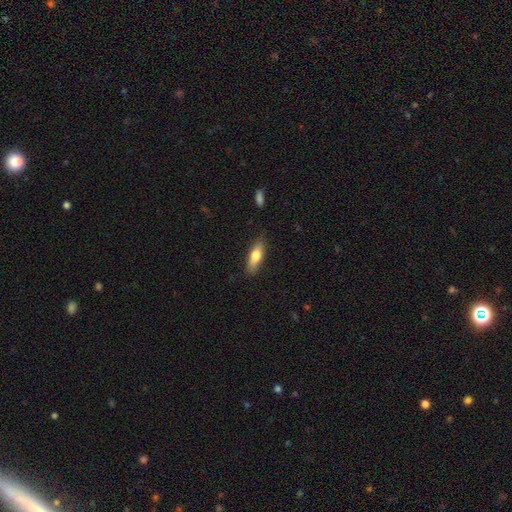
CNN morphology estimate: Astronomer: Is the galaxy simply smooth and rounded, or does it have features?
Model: smooth — 72%.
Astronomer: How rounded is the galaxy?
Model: in between — 49%, tied with cigar-shaped at 49%.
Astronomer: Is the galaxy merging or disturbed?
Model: none — 84%.